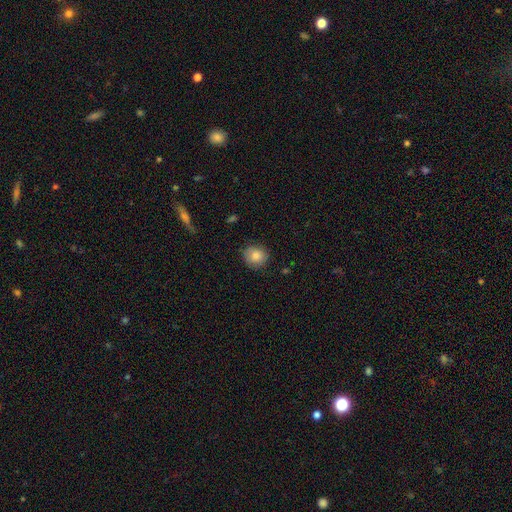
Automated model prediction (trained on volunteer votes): Morphology: type=smooth (84%); roundness=round (82%); merging=none (82%).